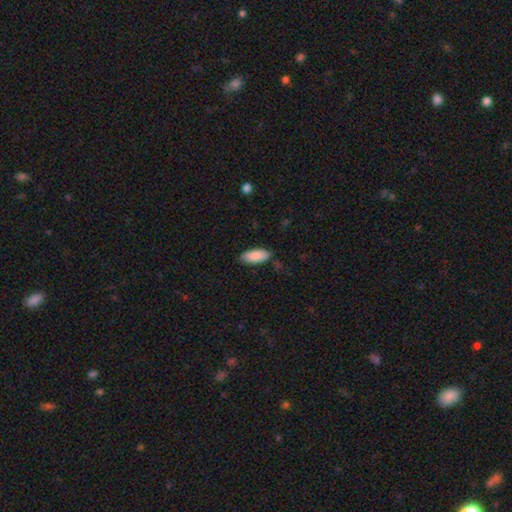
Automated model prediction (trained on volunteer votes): This is clearly a smooth galaxy (89%). How rounded: clearly in between (85%). Merging: clearly none (81%).